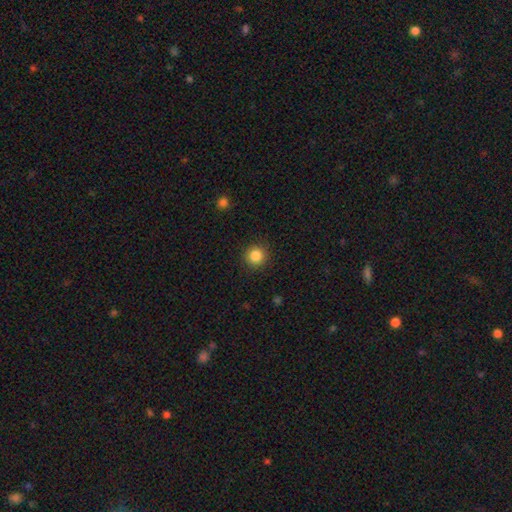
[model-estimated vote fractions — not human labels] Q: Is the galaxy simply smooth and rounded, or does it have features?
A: smooth — 85%.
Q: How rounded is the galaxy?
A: round — 94%.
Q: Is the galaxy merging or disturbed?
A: none — 90%.